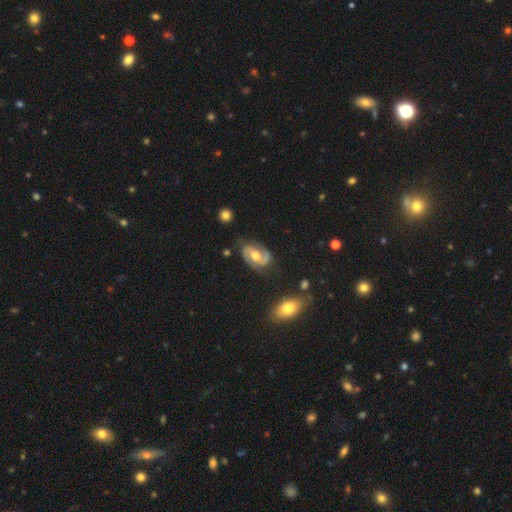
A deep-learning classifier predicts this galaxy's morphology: Q: Smooth or featured?
A: featured or disk (83%); runner-up: smooth (12%)
Q: Edge-on disk?
A: no (97%); runner-up: yes (3%)
Q: Bar?
A: no (48%); runner-up: weak (39%)
Q: Spiral arms?
A: yes (94%); runner-up: no (6%)
Q: Spiral winding?
A: medium (53%); runner-up: tight (27%)
Q: Spiral arm count?
A: 2 (92%); runner-up: can't tell (4%)
Q: Bulge size?
A: moderate (74%); runner-up: small (12%)
Q: Merging?
A: none (76%); runner-up: minor disturbance (17%)